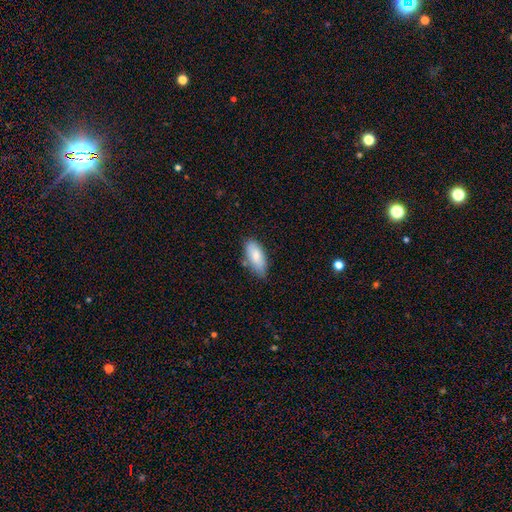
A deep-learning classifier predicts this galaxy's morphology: A smooth galaxy with no disk features (80%) that is in between round and cigar-shaped (85%). Merging: none (68%).